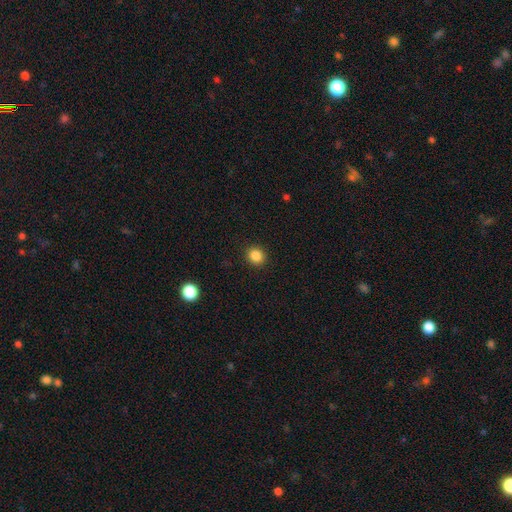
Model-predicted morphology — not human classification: smooth-or-featured: smooth: 86% | star or artifact: 11% | featured or disk: 3%
  how-rounded: round: 86% | in between: 14% | cigar-shaped: 1%
  merging: none: 91% | minor disturbance: 6% | major disturbance: 2% | merger: 1%